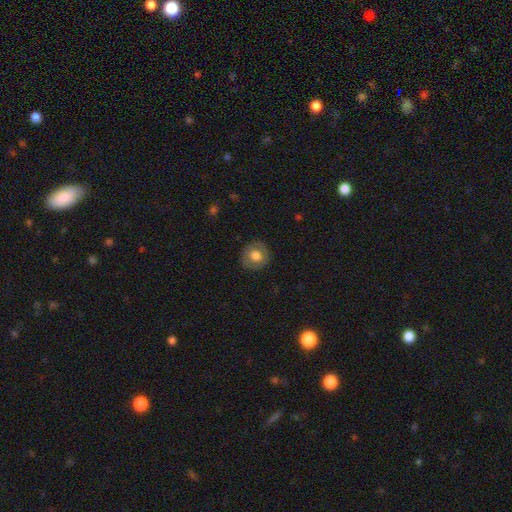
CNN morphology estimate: A smooth galaxy with no disk features (71%) that is round (86%).

Vote fractions:
- Smooth or featured? smooth: 71% / featured or disk: 21% / star or artifact: 8%
- How rounded? round: 86% / in between: 13% / cigar-shaped: 1%
- Merging? none: 86% / minor disturbance: 10% / major disturbance: 3% / merger: 1%